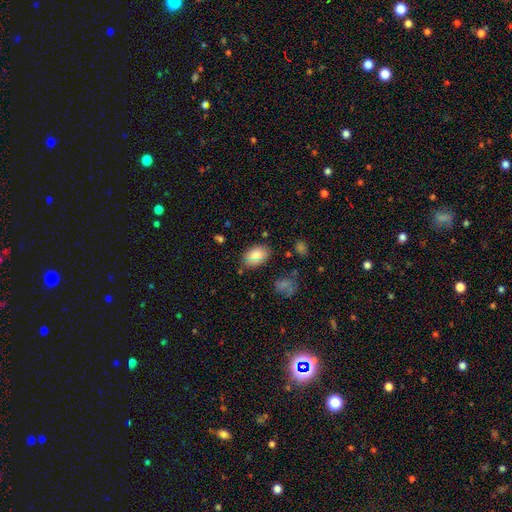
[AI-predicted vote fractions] Overall: smooth (79%). How rounded: in between (88%). Merging: none (76%).